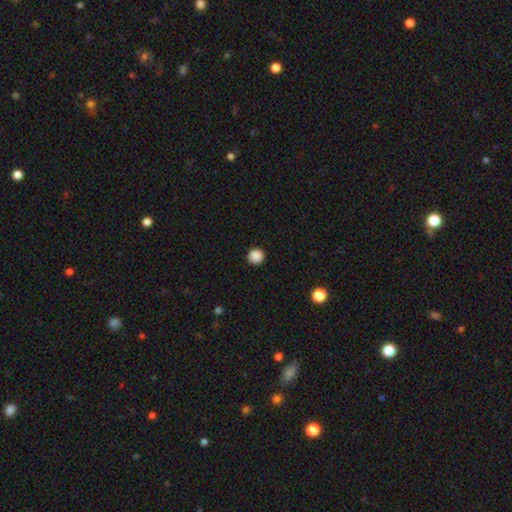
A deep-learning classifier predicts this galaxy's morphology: smooth-or-featured: smooth: 88% | star or artifact: 10% | featured or disk: 3%
  how-rounded: round: 94% | in between: 5% | cigar-shaped: 1%
  merging: none: 90% | minor disturbance: 7% | major disturbance: 2% | merger: 1%